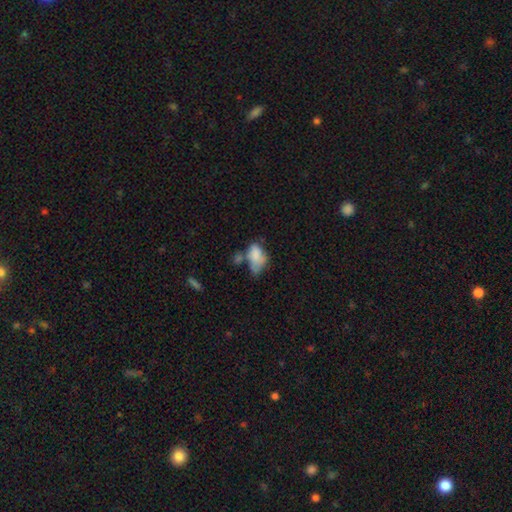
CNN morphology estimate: Smooth or featured?
  - smooth: 74% *
  - featured or disk: 16%
  - star or artifact: 9%
How rounded?
  - in between: 89% *
  - round: 9%
  - cigar-shaped: 2%
Merging?
  - minor disturbance: 28% *
  - merger: 25%
  - none: 24%
  - major disturbance: 23%